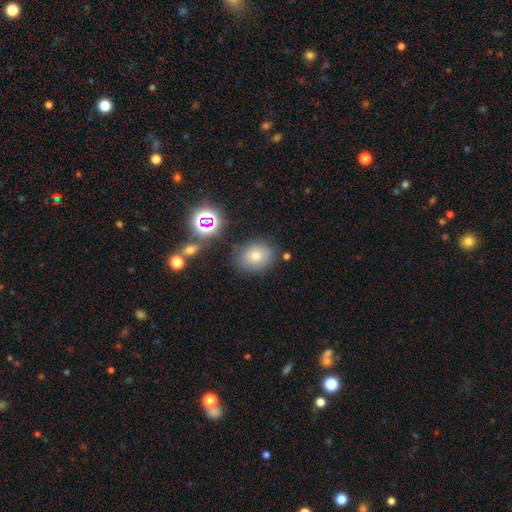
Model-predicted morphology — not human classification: Overall: smooth (73%). How rounded: in between (53%; round 46%). Merging: none (78%).